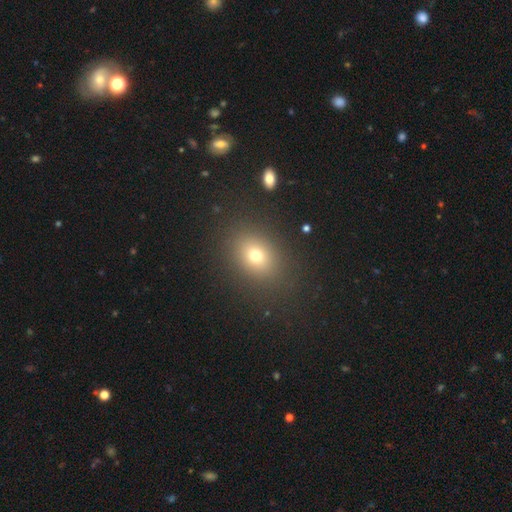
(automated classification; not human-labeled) smooth_or_featured: smooth (p=0.72) [alt: star or artifact p=0.16]
how_rounded: in between (p=0.55) [alt: round p=0.44]
merging: none (p=0.85) [alt: minor disturbance p=0.09]